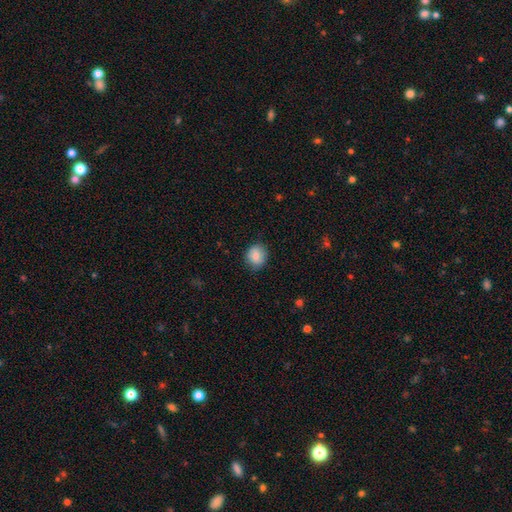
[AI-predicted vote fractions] This appears to be a smooth galaxy with no disk features (85%) that is round (74%). Merging: none (82%).